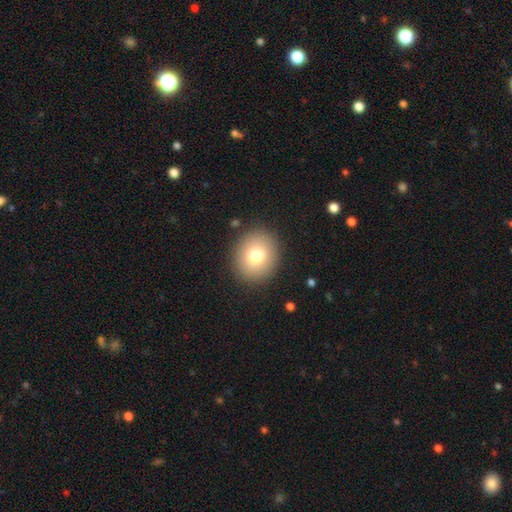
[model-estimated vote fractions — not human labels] This appears to be a smooth galaxy with no disk features (76%) that is round (78%). Merging: none (89%).